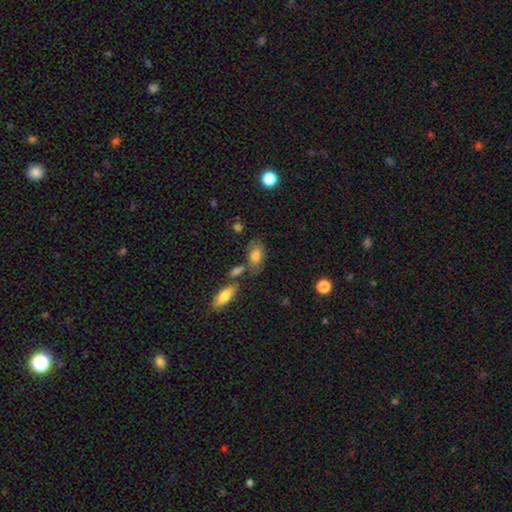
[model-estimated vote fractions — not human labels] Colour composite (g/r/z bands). It shows a smooth galaxy with no disk features (75%) that is in between round and cigar-shaped (89%). Merging: none (56%).